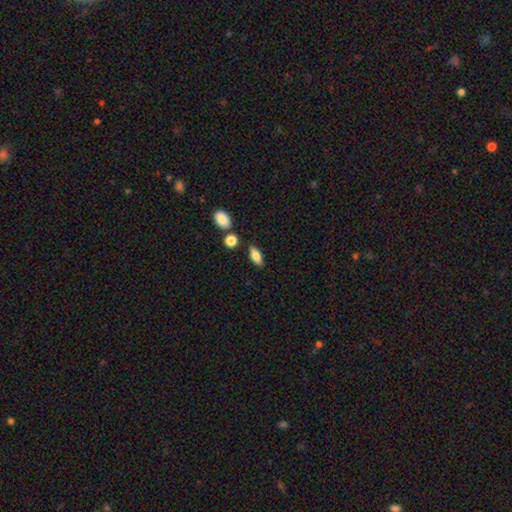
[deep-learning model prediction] A smooth galaxy with no disk features (75%) that is in between round and cigar-shaped (79%). Merging: none (82%).